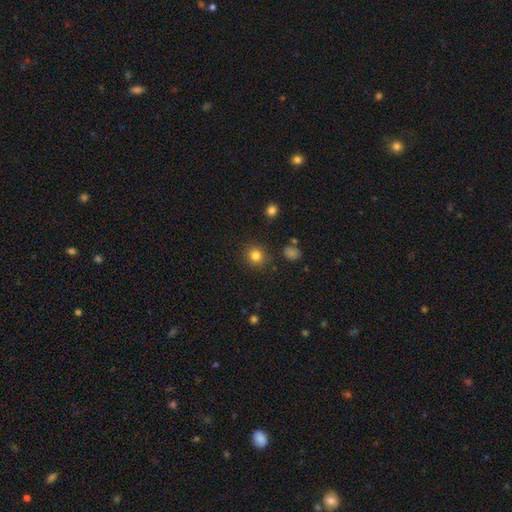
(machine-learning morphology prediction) smooth_or_featured: smooth (p=0.82) [alt: star or artifact p=0.13]
how_rounded: round (p=0.89) [alt: in between p=0.10]
merging: none (p=0.89) [alt: minor disturbance p=0.07]